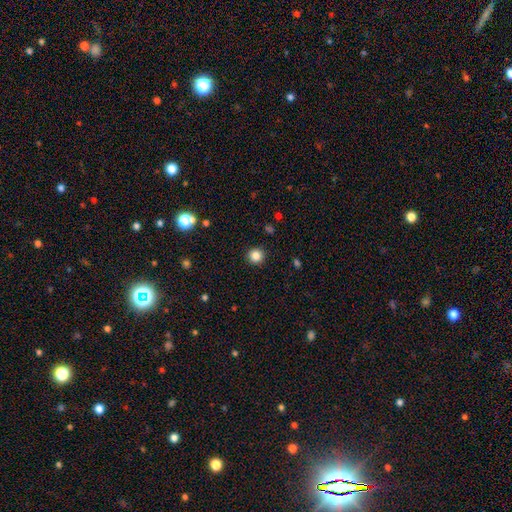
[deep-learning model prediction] Smooth or featured?
  - smooth: 83% *
  - star or artifact: 12%
  - featured or disk: 5%
How rounded?
  - round: 93% *
  - in between: 6%
  - cigar-shaped: 1%
Merging?
  - none: 92% *
  - minor disturbance: 5%
  - major disturbance: 2%
  - merger: 1%